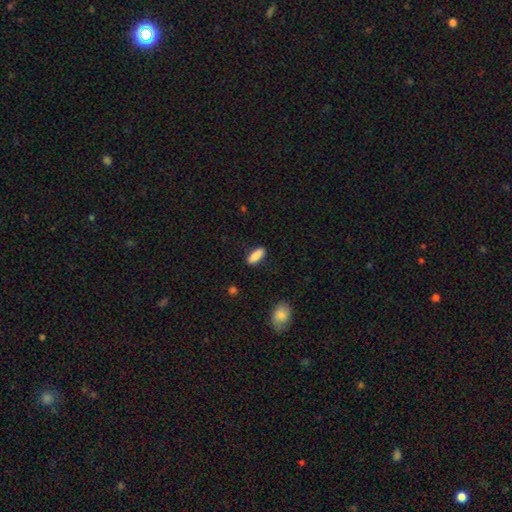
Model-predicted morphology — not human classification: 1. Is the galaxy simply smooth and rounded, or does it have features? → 88% smooth, 6% star or artifact, 6% featured or disk.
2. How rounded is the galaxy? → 67% in between, 31% cigar-shaped, 2% round.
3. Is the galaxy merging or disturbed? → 87% none, 10% minor disturbance, 2% major disturbance, 1% merger.